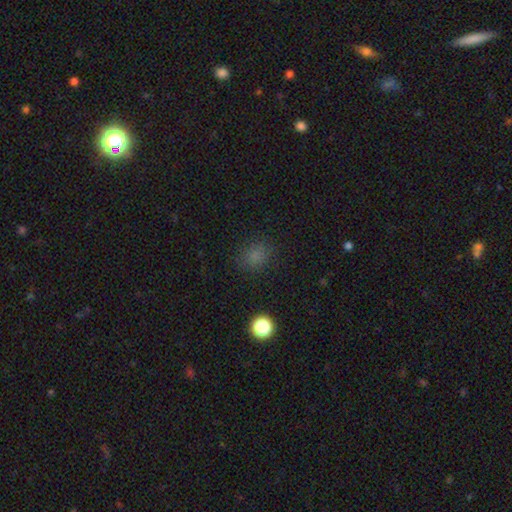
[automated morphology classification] This is likely a smooth galaxy (77%). How rounded: likely round (67%). Merging: clearly none (83%).